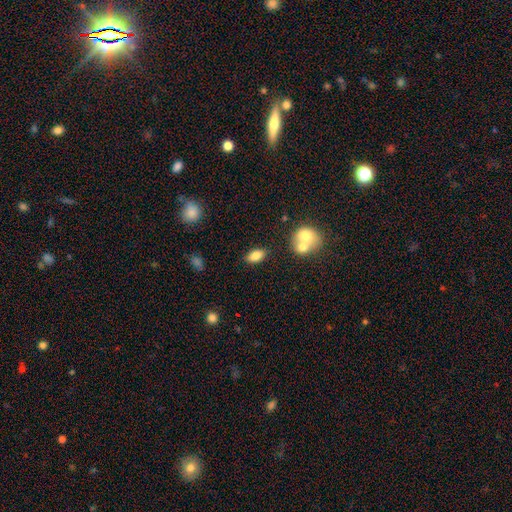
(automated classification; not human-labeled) smooth-or-featured: smooth: 81% | featured or disk: 10% | star or artifact: 8%
  how-rounded: in between: 89% | cigar-shaped: 6% | round: 5%
  merging: none: 78% | minor disturbance: 10% | merger: 8% | major disturbance: 3%